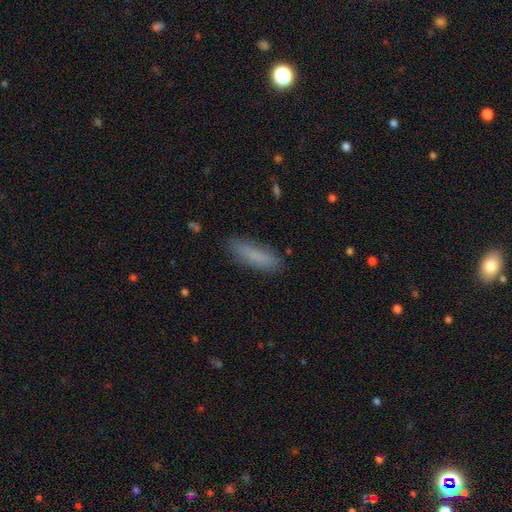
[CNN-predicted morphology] Q: Smooth or featured?
A: smooth (82%); runner-up: featured or disk (10%)
Q: How rounded?
A: cigar-shaped (66%); runner-up: in between (32%)
Q: Merging?
A: none (84%); runner-up: minor disturbance (12%)